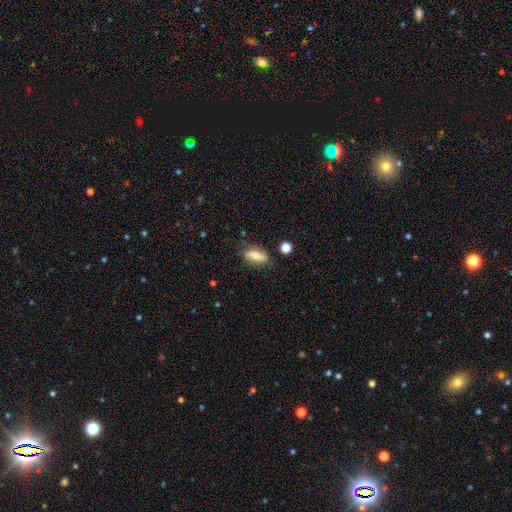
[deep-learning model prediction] Morphology: type=smooth (71%); roundness=in between (70%); merging=none (76%).